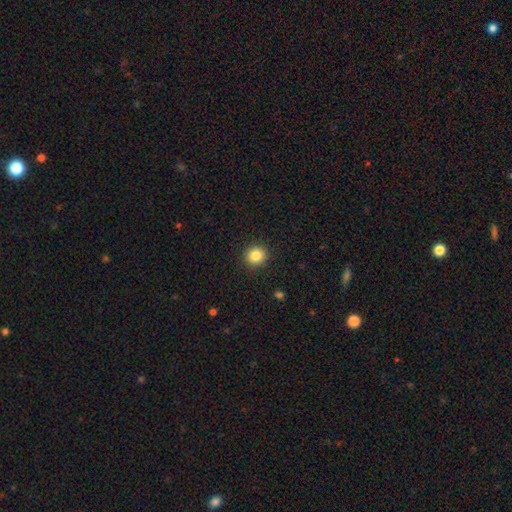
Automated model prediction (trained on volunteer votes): Smooth or featured? Predicted: smooth (p=0.85). How rounded? Predicted: round (p=0.90). Merging? Predicted: none (p=0.92).